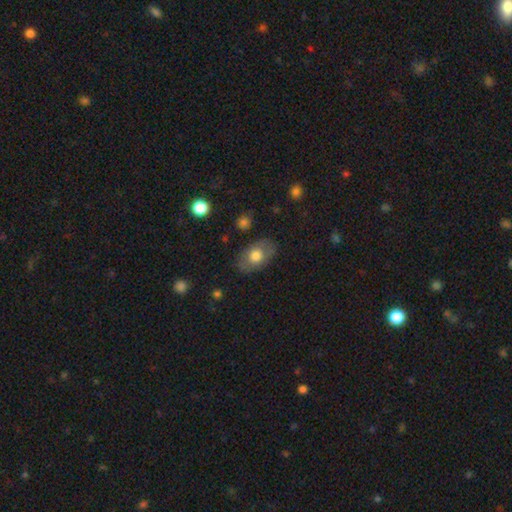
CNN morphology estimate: The model was most divided on "smooth or featured": smooth: 70%, featured or disk: 23%, star or artifact: 7%. More confident: how rounded — in between (85%); merging — none (80%).